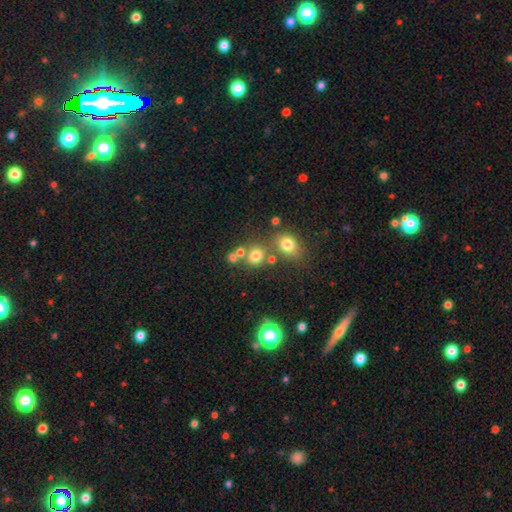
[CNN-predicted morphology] This is likely a smooth galaxy (71%). How rounded: likely round (79%). Merging: likely none (61%).